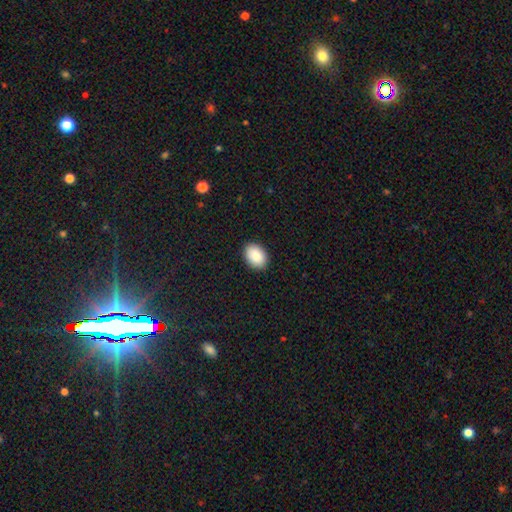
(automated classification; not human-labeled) Smooth or featured? Predicted: smooth (p=0.88). How rounded? Predicted: in between (p=0.81). Merging? Predicted: none (p=0.90).